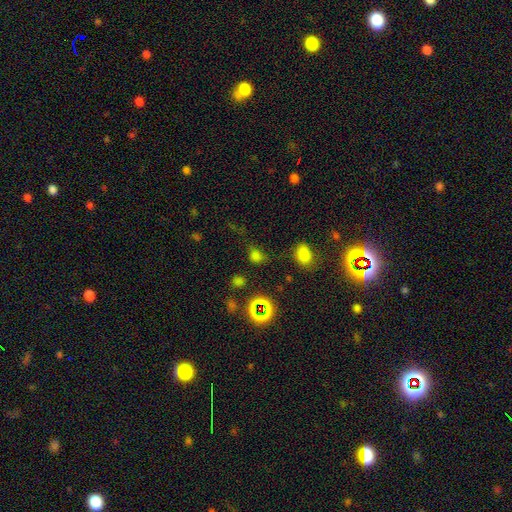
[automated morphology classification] smooth_or_featured: smooth (p=0.61) [alt: star or artifact p=0.32]
how_rounded: round (p=0.50) [alt: in between p=0.48]
merging: none (p=0.64) [alt: minor disturbance p=0.19]